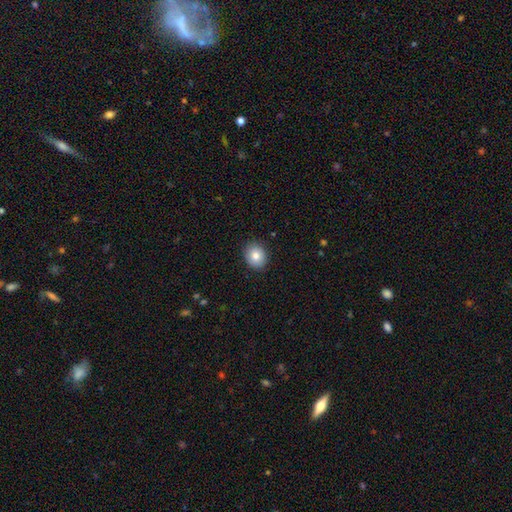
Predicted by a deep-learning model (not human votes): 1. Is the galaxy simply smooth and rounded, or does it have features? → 81% smooth, 11% featured or disk, 9% star or artifact.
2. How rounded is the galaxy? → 63% round, 37% in between, 1% cigar-shaped.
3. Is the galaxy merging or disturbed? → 89% none, 8% minor disturbance, 2% major disturbance, 1% merger.